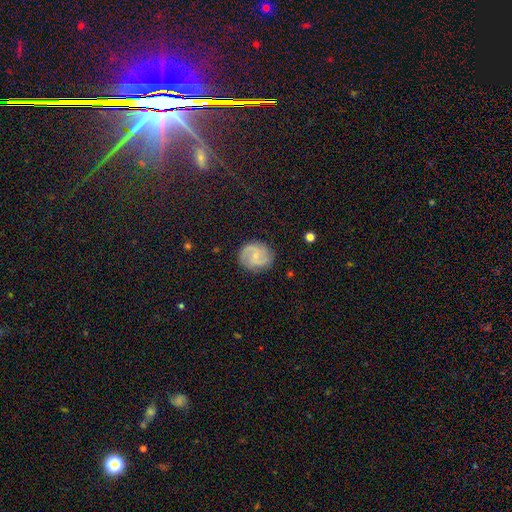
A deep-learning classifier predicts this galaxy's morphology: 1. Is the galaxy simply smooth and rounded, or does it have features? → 70% featured or disk, 23% smooth, 7% star or artifact.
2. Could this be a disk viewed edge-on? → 98% no, 2% yes.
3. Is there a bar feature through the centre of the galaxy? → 49% no, 42% weak, 9% strong.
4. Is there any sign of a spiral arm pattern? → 93% yes, 7% no.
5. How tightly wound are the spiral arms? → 50% medium, 27% tight, 23% loose.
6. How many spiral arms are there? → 84% 2, 7% can't tell, 4% 3, 2% 1, 2% 4, 1% more than 4.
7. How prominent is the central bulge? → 70% small, 21% moderate, 7% none, 1% large, 1% dominant.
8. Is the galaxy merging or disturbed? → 83% none, 12% minor disturbance, 4% major disturbance, 1% merger.